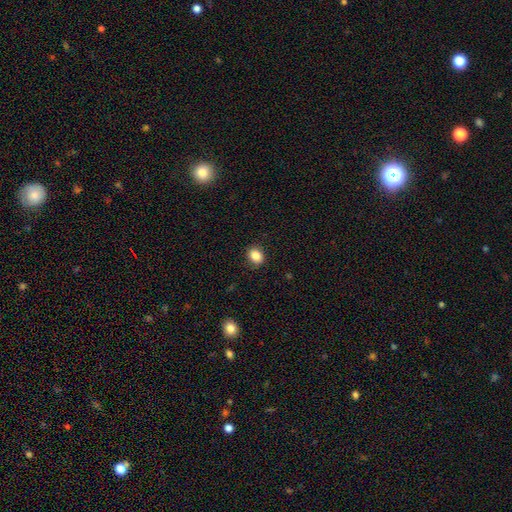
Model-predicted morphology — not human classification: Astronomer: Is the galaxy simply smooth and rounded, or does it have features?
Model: smooth — 85%.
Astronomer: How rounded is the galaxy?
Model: round — 53% (runner-up: in between, 46%).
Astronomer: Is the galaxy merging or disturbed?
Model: none — 89%.